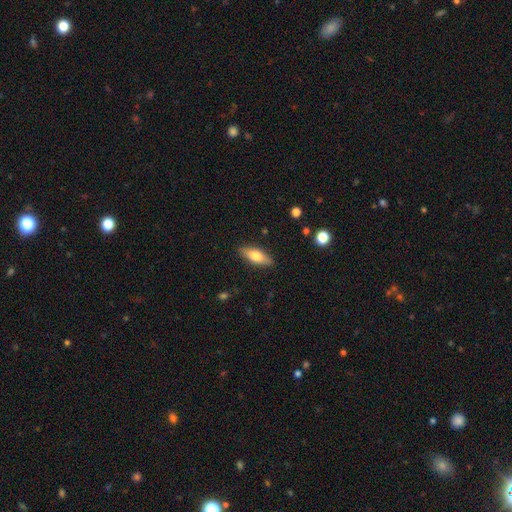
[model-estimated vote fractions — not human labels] Morphology: type=smooth (65%); roundness=in between (64%); merging=none (87%).